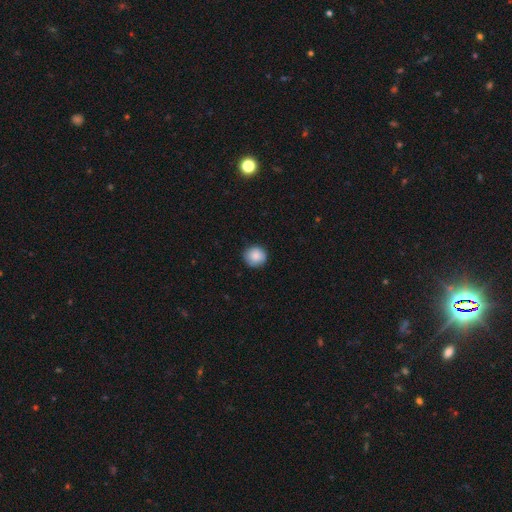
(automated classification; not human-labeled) The model was most divided on "merging": none: 88%, minor disturbance: 9%, major disturbance: 2%, merger: 1%. More confident: how rounded — round (93%); smooth or featured — smooth (88%).